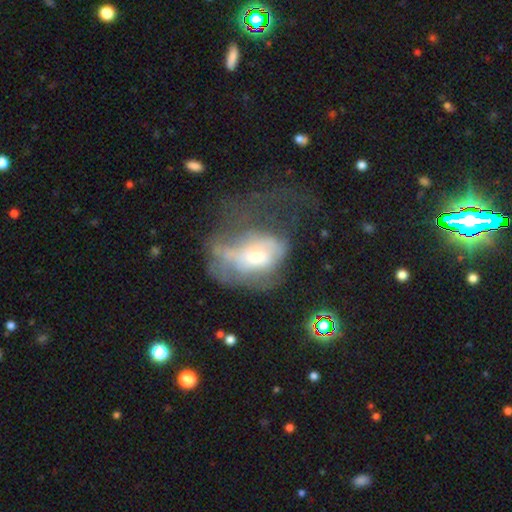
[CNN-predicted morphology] Smooth or featured: featured or disk — 50% (smooth — 38%)
Edge-on disk: no — 95% (yes — 5%)
Merging: major disturbance — 60% (none — 16%)